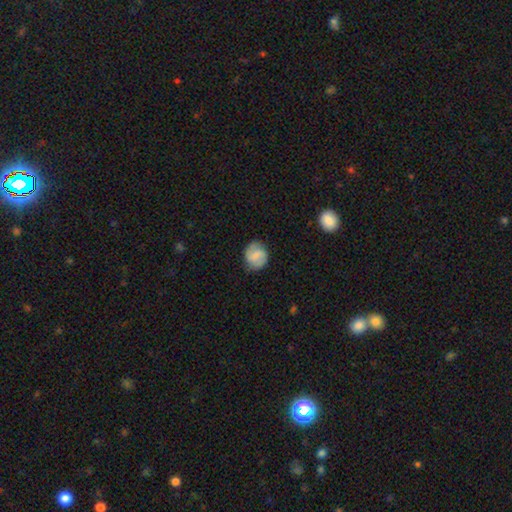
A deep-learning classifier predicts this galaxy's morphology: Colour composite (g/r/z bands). It shows a featured or disk galaxy (47%). Merging: none (79%).